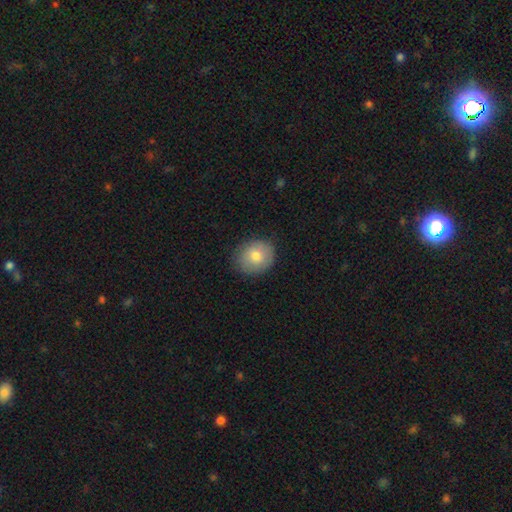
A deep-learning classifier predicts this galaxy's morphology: Smooth or featured: smooth — 76% (featured or disk — 16%)
How rounded: round — 75% (in between — 24%)
Merging: none — 83% (minor disturbance — 13%)